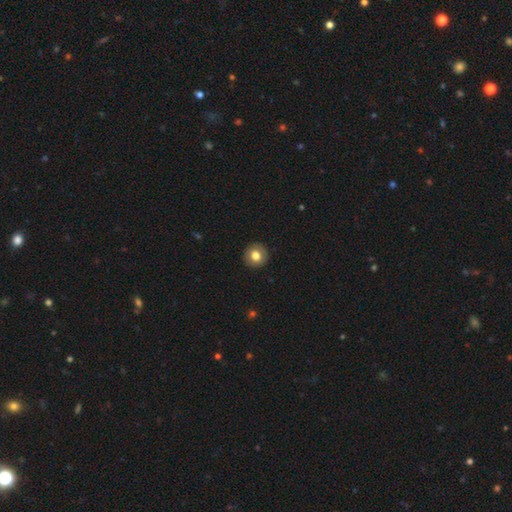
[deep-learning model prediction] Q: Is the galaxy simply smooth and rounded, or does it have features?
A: smooth — 77%.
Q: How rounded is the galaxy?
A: round — 93%.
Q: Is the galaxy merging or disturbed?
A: none — 92%.